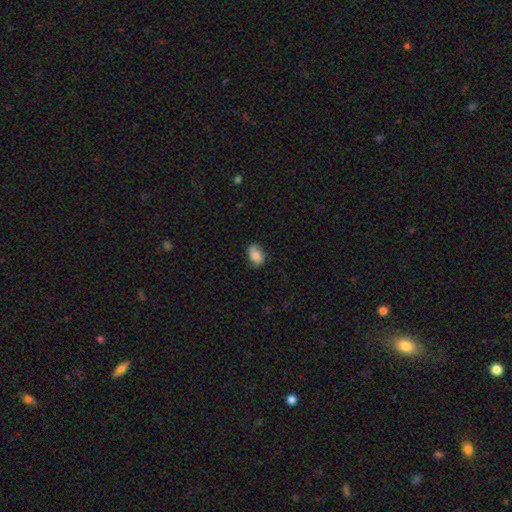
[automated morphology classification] smooth-or-featured: smooth: 76% | featured or disk: 16% | star or artifact: 8%
  how-rounded: in between: 86% | round: 12% | cigar-shaped: 2%
  merging: none: 74% | minor disturbance: 21% | major disturbance: 4% | merger: 1%